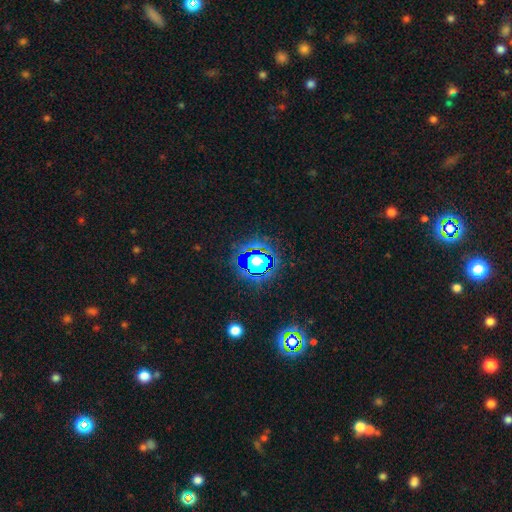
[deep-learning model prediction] Smooth or featured? star or artifact (82%)